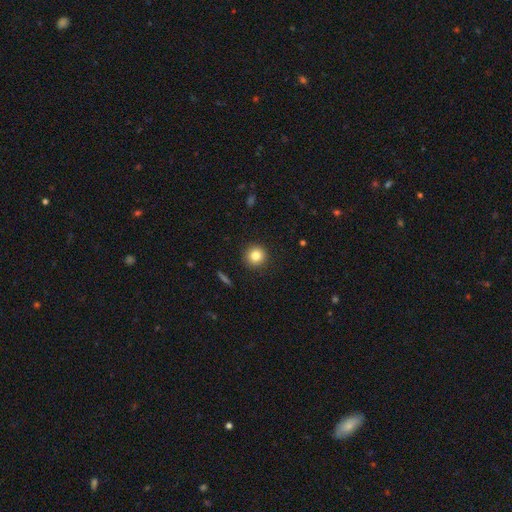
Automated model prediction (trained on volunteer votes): This appears to be a smooth galaxy with no disk features (82%) that is round (95%). Merging: none (92%).